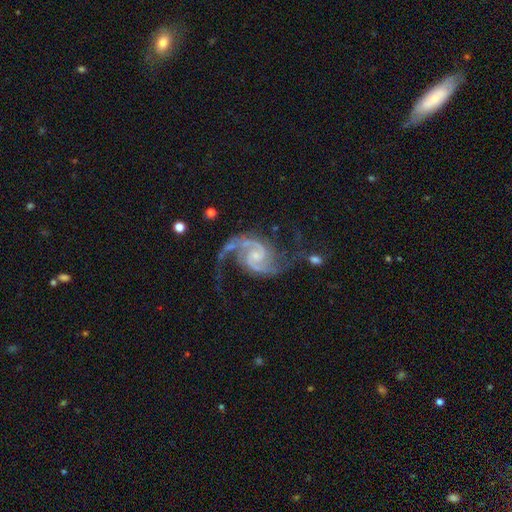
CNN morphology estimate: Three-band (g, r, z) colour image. It shows a featured or disk galaxy (93%) with no bar (52%), 2 (92%) medium (57%) spiral arms (99%) and a small central bulge (66%). Merging: none (60%).